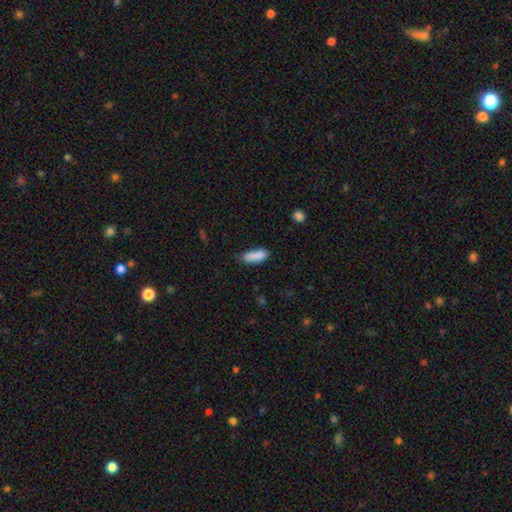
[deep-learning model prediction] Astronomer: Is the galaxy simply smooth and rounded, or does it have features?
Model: smooth — 87%.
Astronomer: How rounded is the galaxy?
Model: in between — 63%.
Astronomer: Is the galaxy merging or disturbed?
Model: none — 64%.